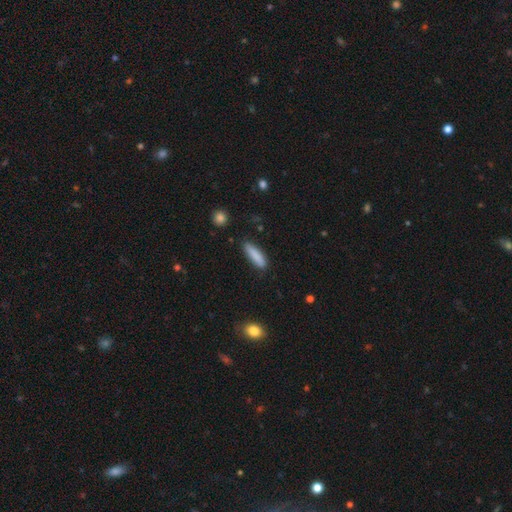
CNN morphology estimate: A smooth galaxy with no disk features (85%) that is cigar-shaped (74%).

Vote fractions:
- Smooth or featured? smooth: 85% / featured or disk: 9% / star or artifact: 6%
- How rounded? cigar-shaped: 74% / in between: 25% / round: 2%
- Merging? none: 84% / minor disturbance: 12% / major disturbance: 2% / merger: 2%